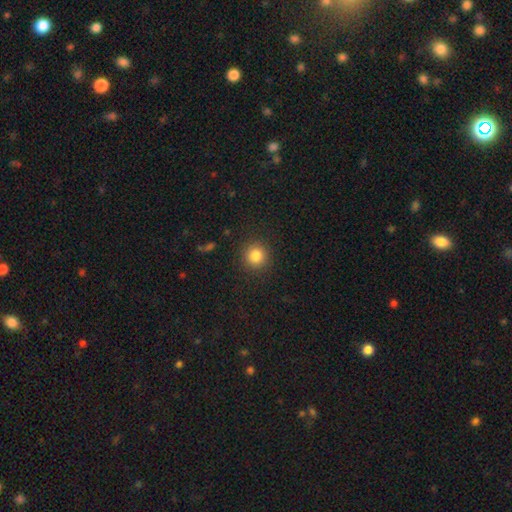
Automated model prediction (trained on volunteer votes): Morphology: type=smooth (83%); roundness=round (93%); merging=none (90%).